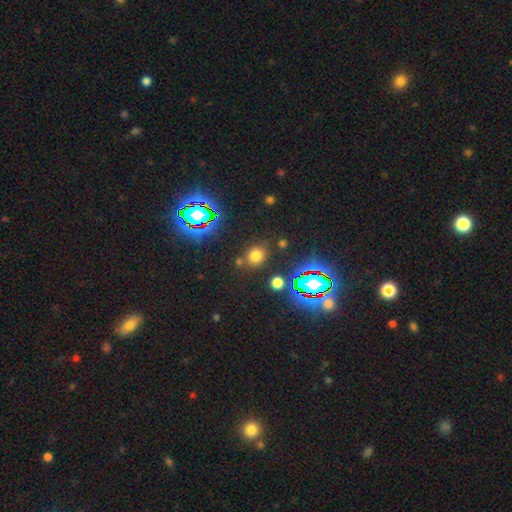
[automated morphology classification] smooth 66%, star or artifact 27%, featured or disk 6%. Down the decision tree: how rounded — round (80%); merging — none (79%).